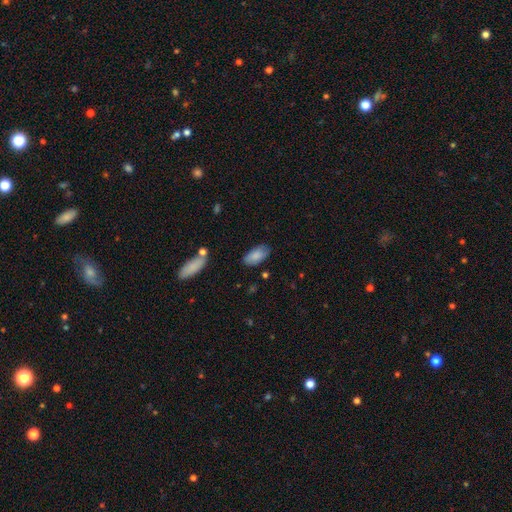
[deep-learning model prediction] A smooth galaxy with no disk features (83%) that is in between round and cigar-shaped (93%). Merging: none (76%).